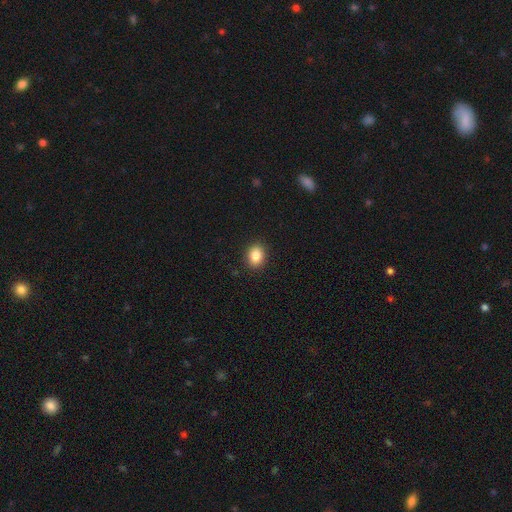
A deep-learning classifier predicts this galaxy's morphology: Smooth or featured: smooth — 87% (star or artifact — 9%)
How rounded: in between — 55% (round — 44%)
Merging: none — 90% (minor disturbance — 7%)